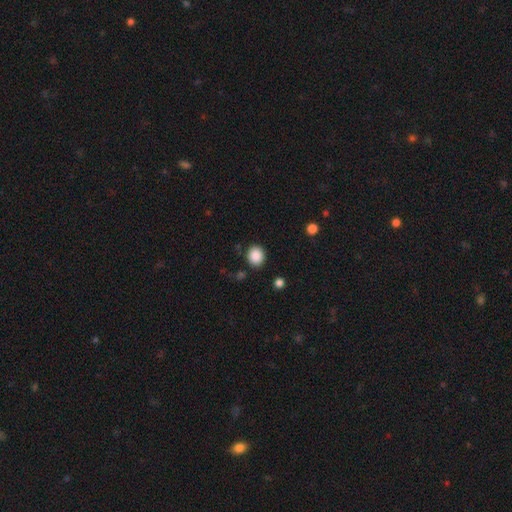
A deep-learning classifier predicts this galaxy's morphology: This appears to be a smooth galaxy with no disk features (88%) that is round (76%). Merging: none (87%).